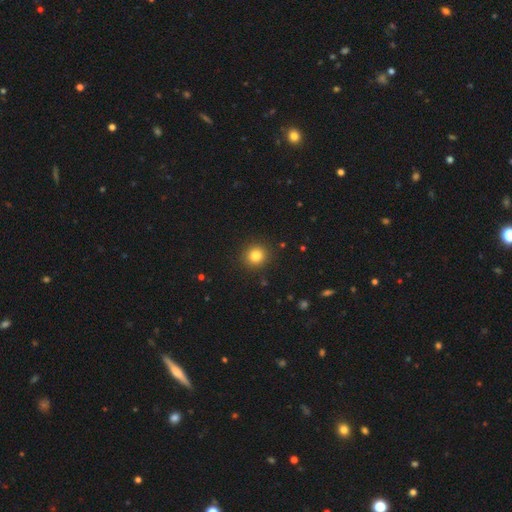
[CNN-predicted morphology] Smooth or featured? smooth (82%)
How rounded? round (91%)
Merging? none (91%)